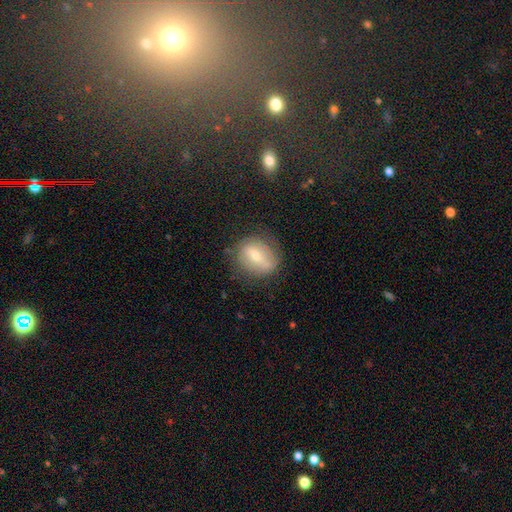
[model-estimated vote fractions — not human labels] A featured or disk galaxy (47%). Merging: none (72%).